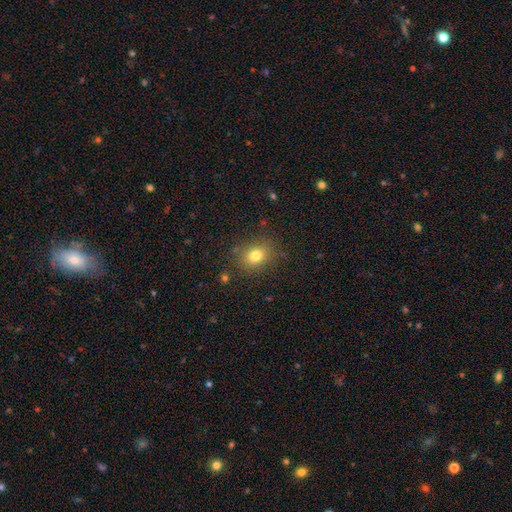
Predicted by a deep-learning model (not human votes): Overall: smooth (78%). How rounded: in between (50%; round 49%). Merging: none (83%).